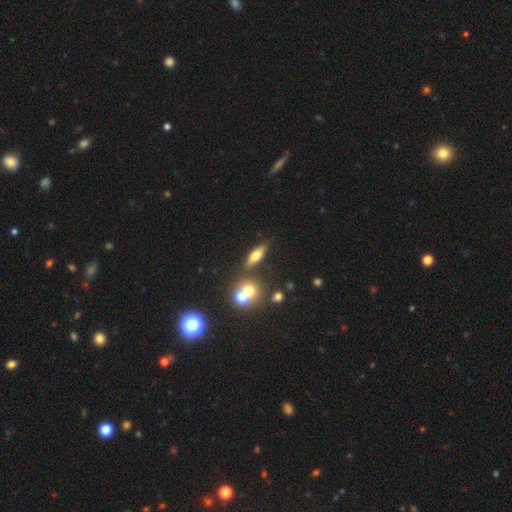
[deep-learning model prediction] A smooth galaxy with no disk features (54%) that is in between round and cigar-shaped (50%).

Vote fractions:
- Smooth or featured? smooth: 54% / featured or disk: 34% / star or artifact: 12%
- How rounded? in between: 50% / cigar-shaped: 42% / round: 8%
- Merging? none: 73% / minor disturbance: 12% / merger: 11% / major disturbance: 4%